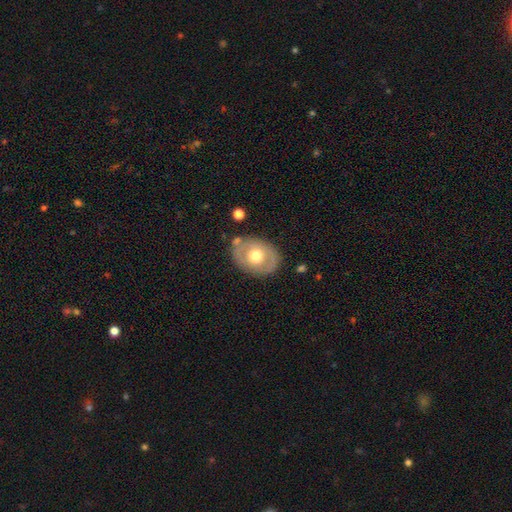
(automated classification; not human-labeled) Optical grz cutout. It shows a smooth galaxy with no disk features (51%) that is in between round and cigar-shaped (65%). Merging: none (77%).